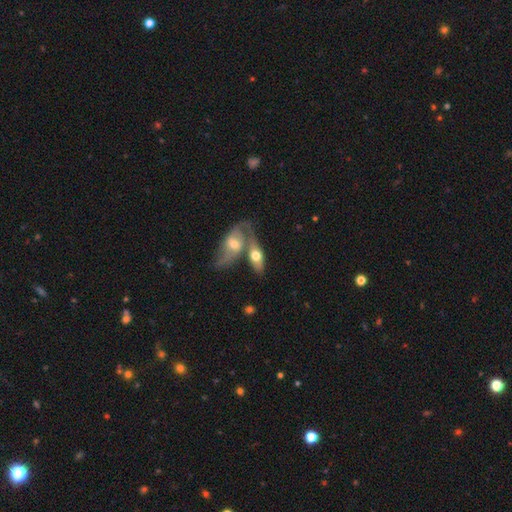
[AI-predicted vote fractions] smooth_or_featured: smooth (p=0.47) [tied with: featured or disk p=0.47]
merging: merger (p=0.61) [alt: none p=0.24]